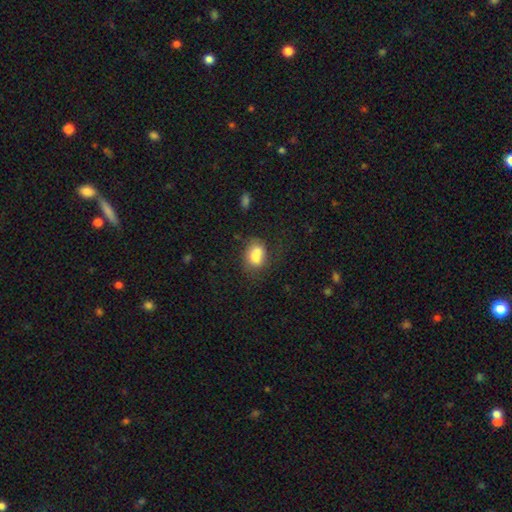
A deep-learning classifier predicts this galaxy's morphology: Smooth or featured? smooth (69%)
How rounded? in between (56%)
Merging? merger (51%)